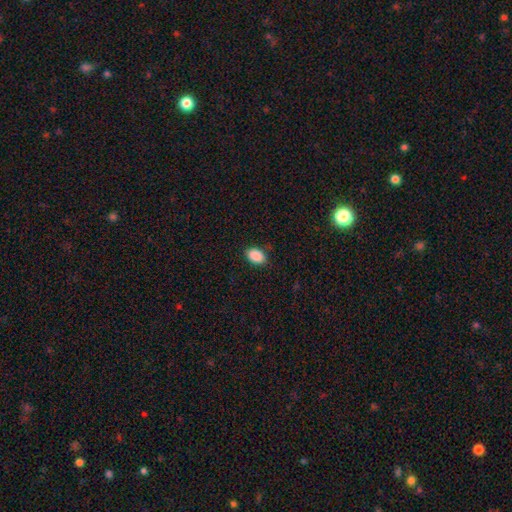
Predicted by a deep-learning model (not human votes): Smooth or featured: smooth — 89% (star or artifact — 8%)
How rounded: in between — 86% (round — 13%)
Merging: none — 85% (minor disturbance — 12%)